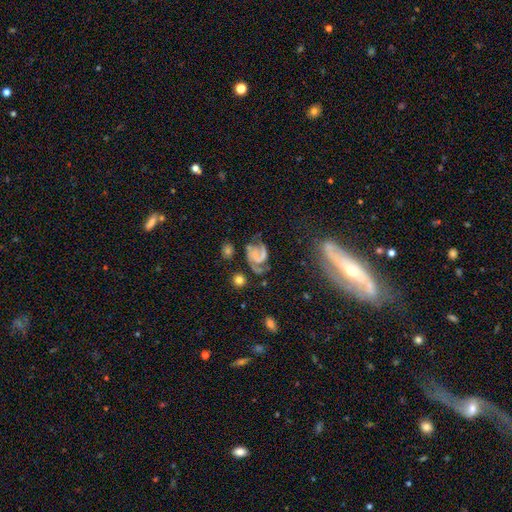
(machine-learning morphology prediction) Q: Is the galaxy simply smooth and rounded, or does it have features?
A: featured or disk — 79%.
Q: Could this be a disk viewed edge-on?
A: no — 98%.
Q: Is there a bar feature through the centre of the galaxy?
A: no — 50%.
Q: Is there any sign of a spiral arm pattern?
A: yes — 93%.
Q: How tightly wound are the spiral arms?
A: medium — 50%.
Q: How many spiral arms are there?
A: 2 — 80%.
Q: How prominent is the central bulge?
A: none — 58%.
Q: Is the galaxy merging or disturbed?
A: none — 51%.